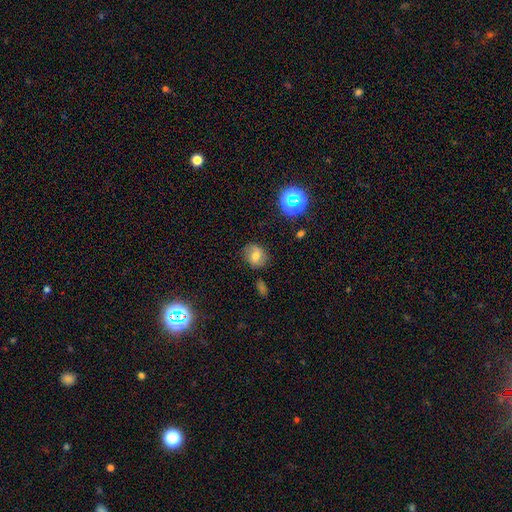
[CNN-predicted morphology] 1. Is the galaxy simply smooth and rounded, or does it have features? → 65% smooth, 19% featured or disk, 16% star or artifact.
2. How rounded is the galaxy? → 65% round, 34% in between, 1% cigar-shaped.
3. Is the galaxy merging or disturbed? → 77% none, 16% minor disturbance, 4% major disturbance, 3% merger.